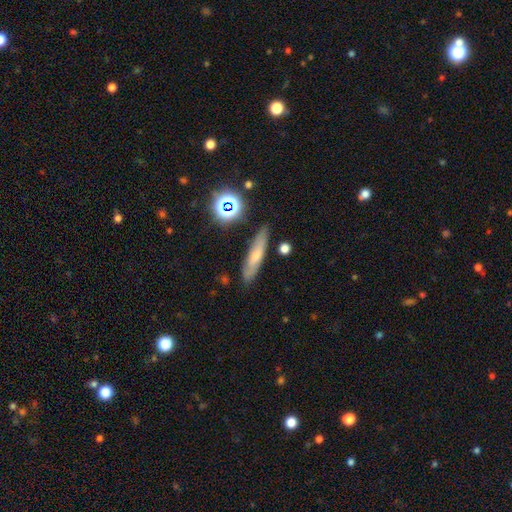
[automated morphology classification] smooth_or_featured: smooth (p=0.57) [alt: featured or disk p=0.29]
how_rounded: cigar-shaped (p=0.77) [alt: in between p=0.19]
merging: none (p=0.82) [alt: minor disturbance p=0.13]